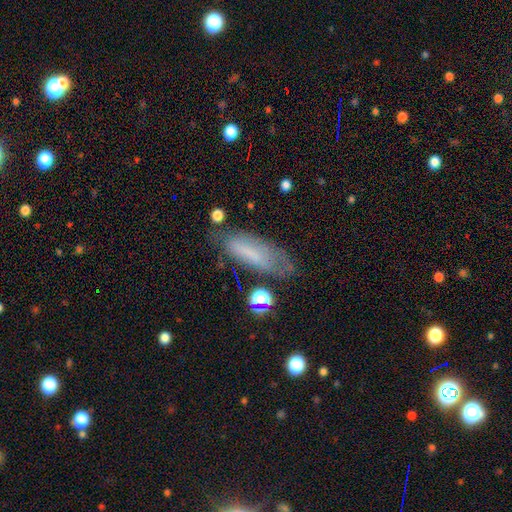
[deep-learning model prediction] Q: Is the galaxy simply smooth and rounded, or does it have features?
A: smooth — 62%.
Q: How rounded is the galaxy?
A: in between — 59%.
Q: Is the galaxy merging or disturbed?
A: none — 55%.